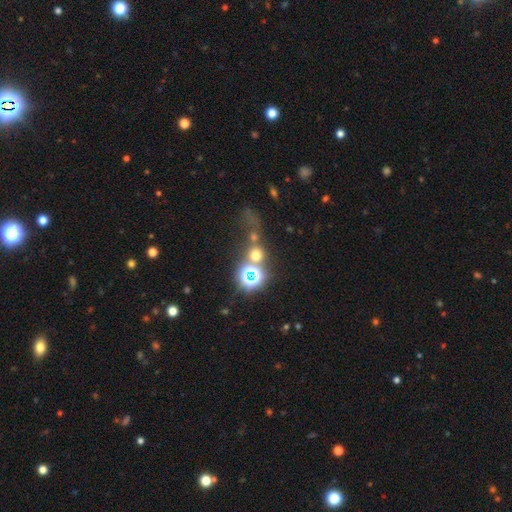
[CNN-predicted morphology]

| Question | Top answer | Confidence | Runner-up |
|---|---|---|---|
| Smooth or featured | smooth | 50% | star or artifact (39%) |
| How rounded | round | 85% | in between (13%) |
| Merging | none | 55% | merger (28%) |